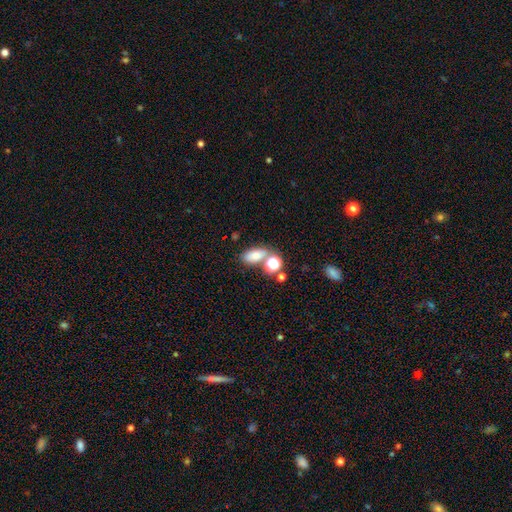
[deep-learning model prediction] The model was most divided on "merging": none: 56%, merger: 27%, minor disturbance: 11%, major disturbance: 5%. More confident: how rounded — in between (81%); smooth or featured — smooth (77%).